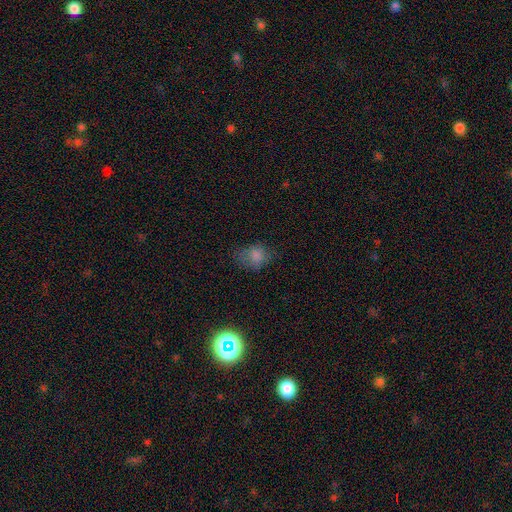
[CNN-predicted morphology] Overall: smooth (78%). How rounded: in between (54%; round 44%). Merging: none (59%; minor disturbance 26%).